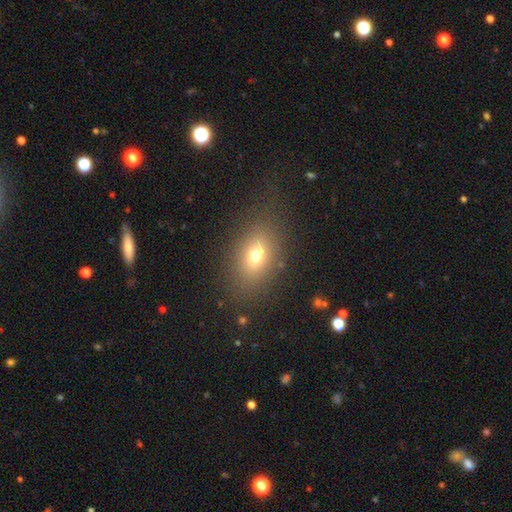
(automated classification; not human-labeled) A smooth galaxy with no disk features (70%) that is in between round and cigar-shaped (75%).

Vote fractions:
- Smooth or featured? smooth: 70% / featured or disk: 16% / star or artifact: 15%
- How rounded? in between: 75% / round: 22% / cigar-shaped: 3%
- Merging? none: 79% / minor disturbance: 12% / major disturbance: 7% / merger: 2%